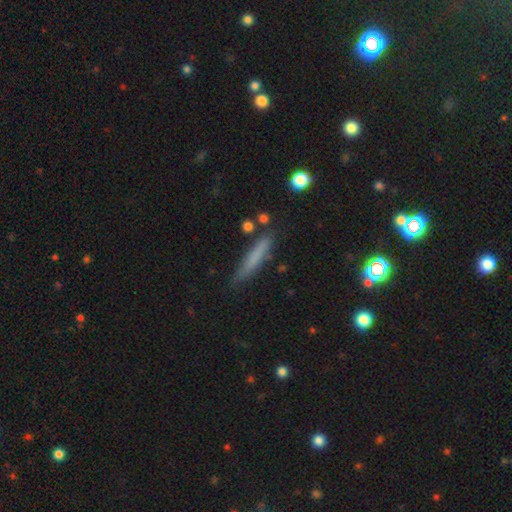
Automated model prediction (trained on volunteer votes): A smooth galaxy with no disk features (70%) that is cigar-shaped (90%).

Vote fractions:
- Smooth or featured? smooth: 70% / featured or disk: 21% / star or artifact: 9%
- How rounded? cigar-shaped: 90% / in between: 8% / round: 2%
- Merging? none: 77% / minor disturbance: 16% / merger: 3% / major disturbance: 3%